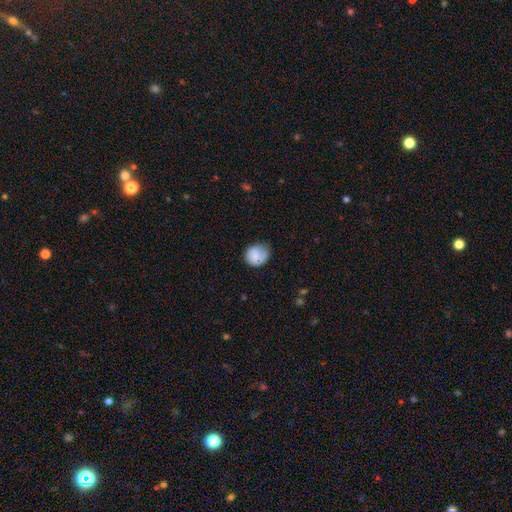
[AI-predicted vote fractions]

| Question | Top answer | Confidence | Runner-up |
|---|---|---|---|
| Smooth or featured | smooth | 77% | featured or disk (15%) |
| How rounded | round | 75% | in between (24%) |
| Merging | none | 59% | minor disturbance (28%) |